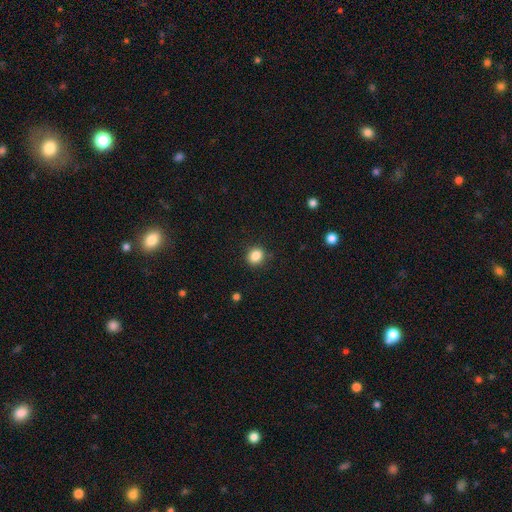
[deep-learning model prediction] smooth 86%, star or artifact 10%, featured or disk 4%. Down the decision tree: how rounded — round (71%); merging — none (89%).